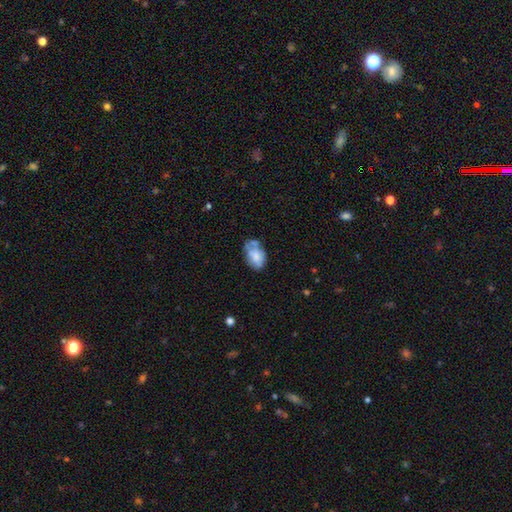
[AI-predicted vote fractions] Overall: smooth (64%; featured or disk 28%). How rounded: in between (88%). Merging: none (42%; minor disturbance 30%).